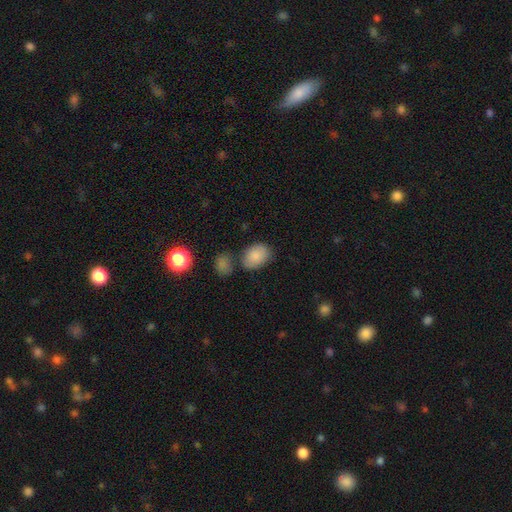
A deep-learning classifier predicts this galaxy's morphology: Q: Smooth or featured?
A: smooth (85%); runner-up: star or artifact (8%)
Q: How rounded?
A: in between (82%); runner-up: round (17%)
Q: Merging?
A: none (65%); runner-up: minor disturbance (17%)